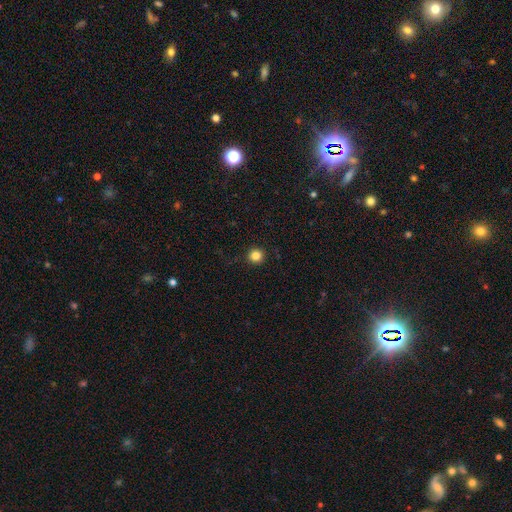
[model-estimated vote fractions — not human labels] This is clearly a smooth galaxy (84%). How rounded: clearly round (95%). Merging: clearly none (92%).